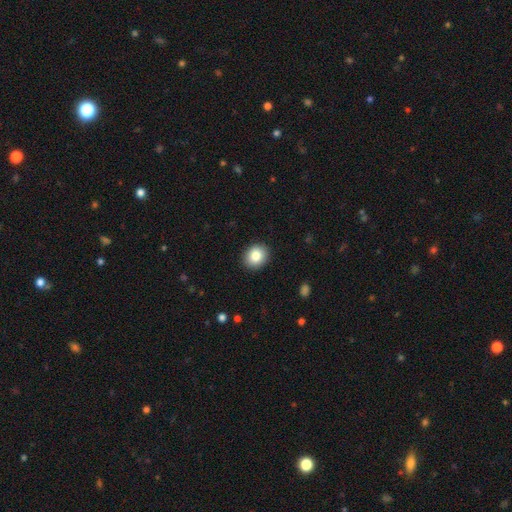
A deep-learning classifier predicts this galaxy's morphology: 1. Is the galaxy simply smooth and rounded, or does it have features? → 85% smooth, 8% star or artifact, 6% featured or disk.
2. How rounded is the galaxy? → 65% round, 34% in between, 1% cigar-shaped.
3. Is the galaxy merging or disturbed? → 91% none, 7% minor disturbance, 2% major disturbance, 1% merger.